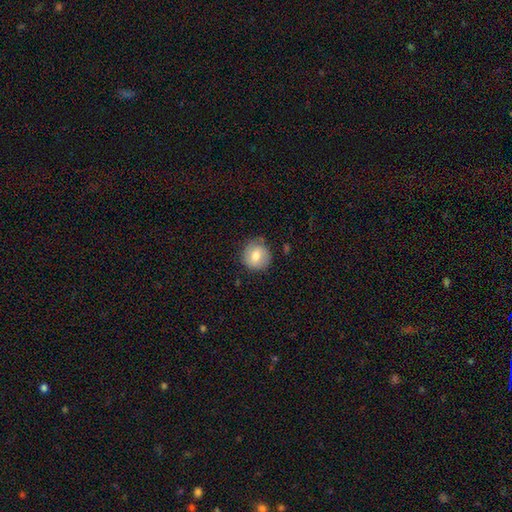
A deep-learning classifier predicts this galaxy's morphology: Smooth or featured?
  - smooth: 72% *
  - featured or disk: 20%
  - star or artifact: 8%
How rounded?
  - round: 89% *
  - in between: 10%
  - cigar-shaped: 1%
Merging?
  - none: 78% *
  - minor disturbance: 17%
  - major disturbance: 4%
  - merger: 2%